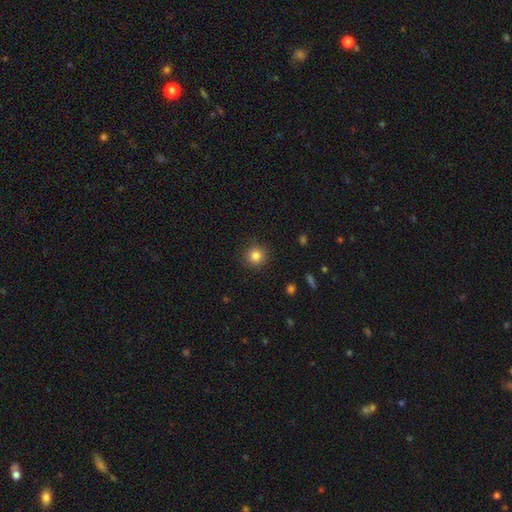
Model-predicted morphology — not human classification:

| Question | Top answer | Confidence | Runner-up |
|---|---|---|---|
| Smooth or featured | smooth | 83% | star or artifact (11%) |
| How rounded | round | 93% | in between (6%) |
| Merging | none | 90% | minor disturbance (7%) |